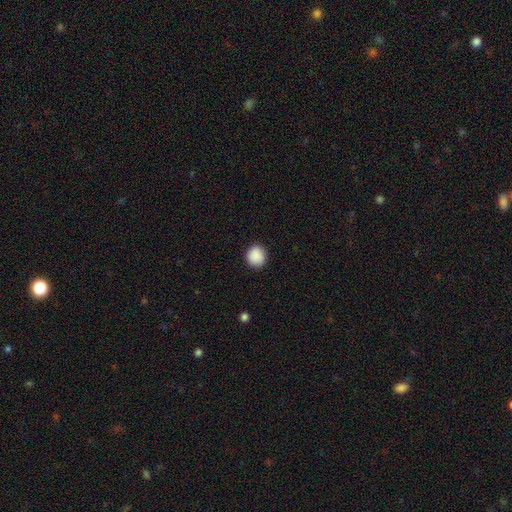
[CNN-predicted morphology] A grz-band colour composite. It shows a smooth galaxy with no disk features (90%) that is round (87%). Merging: none (90%).